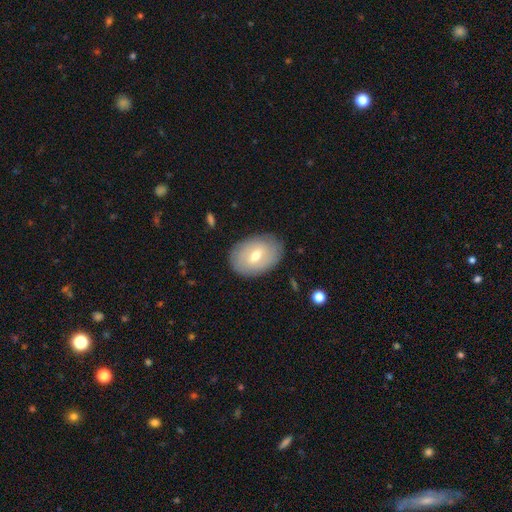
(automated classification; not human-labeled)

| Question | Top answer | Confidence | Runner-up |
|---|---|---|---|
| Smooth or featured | smooth | 51% | featured or disk (42%) |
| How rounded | in between | 82% | round (17%) |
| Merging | none | 84% | minor disturbance (12%) |